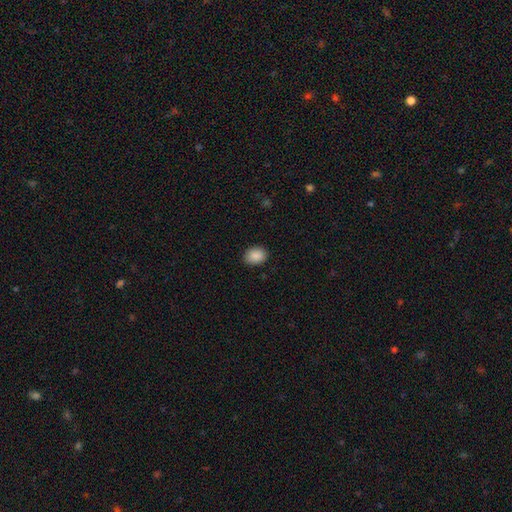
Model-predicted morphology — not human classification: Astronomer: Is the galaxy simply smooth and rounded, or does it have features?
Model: smooth — 89%.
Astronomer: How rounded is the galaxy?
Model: in between — 62%.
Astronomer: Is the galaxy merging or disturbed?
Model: none — 88%.